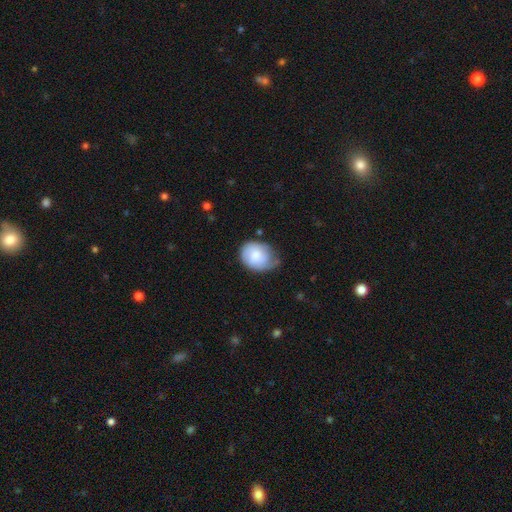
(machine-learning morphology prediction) smooth 66%, featured or disk 28%, star or artifact 6%. Down the decision tree: how rounded — round (50%); merging — none (44%).